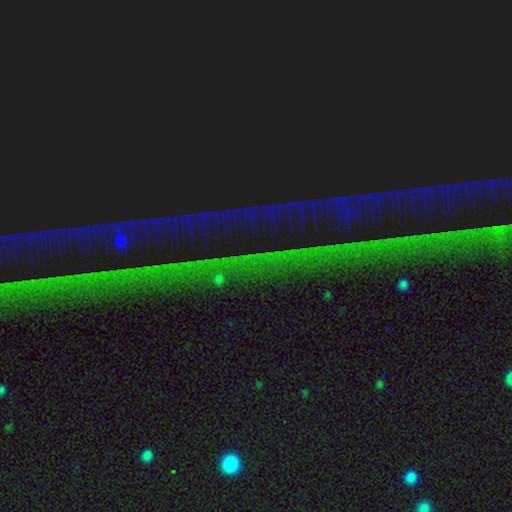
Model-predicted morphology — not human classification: type=star or artifact (87%).